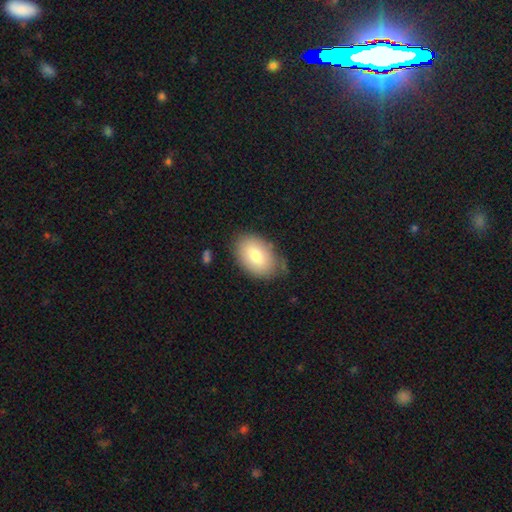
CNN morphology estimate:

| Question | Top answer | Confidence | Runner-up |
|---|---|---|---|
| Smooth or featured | smooth | 79% | featured or disk (14%) |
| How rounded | in between | 90% | round (9%) |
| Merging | none | 76% | minor disturbance (18%) |